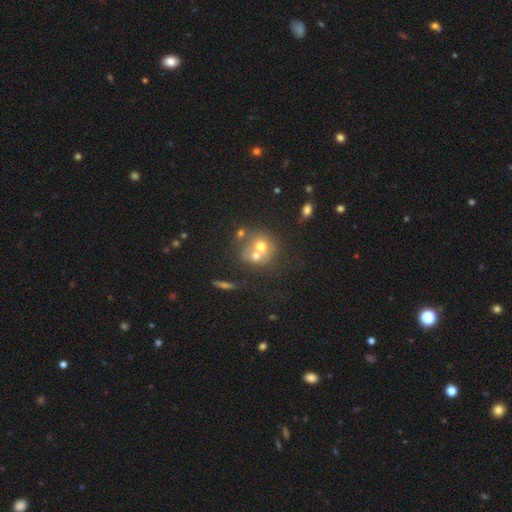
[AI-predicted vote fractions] This is possibly a smooth galaxy (58%). How rounded: likely round (77%). Merging: possibly merger (60%).